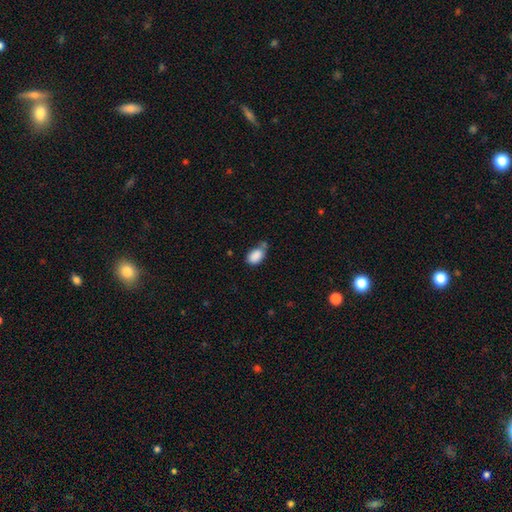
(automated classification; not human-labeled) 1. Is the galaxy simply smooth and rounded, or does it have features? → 88% smooth, 8% star or artifact, 4% featured or disk.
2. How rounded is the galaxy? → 87% in between, 12% round, 1% cigar-shaped.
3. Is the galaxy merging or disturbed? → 54% none, 25% minor disturbance, 15% merger, 7% major disturbance.